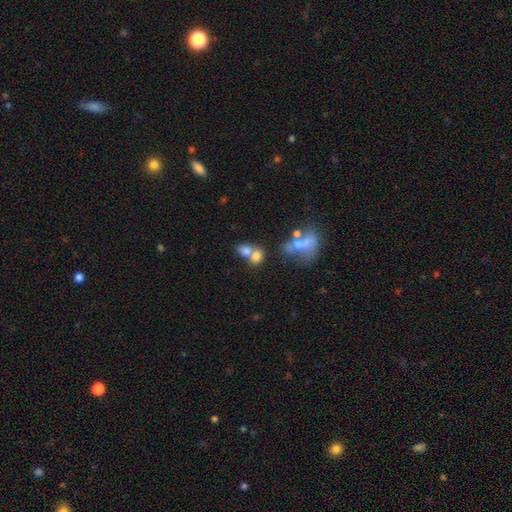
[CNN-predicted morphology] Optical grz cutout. It shows a smooth galaxy with no disk features (70%) that is in between round and cigar-shaped (55%). Merging: merger (59%).